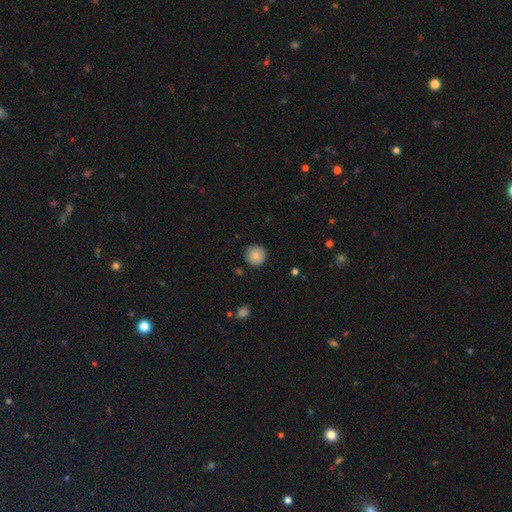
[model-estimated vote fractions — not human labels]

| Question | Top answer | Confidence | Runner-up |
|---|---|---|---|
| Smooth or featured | smooth | 86% | star or artifact (8%) |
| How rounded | round | 95% | in between (4%) |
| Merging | none | 89% | minor disturbance (7%) |